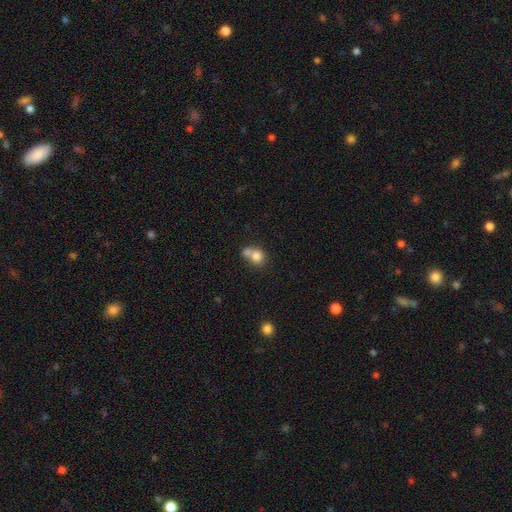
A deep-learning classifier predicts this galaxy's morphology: Smooth or featured? smooth (78%)
How rounded? round (70%)
Merging? merger (55%)